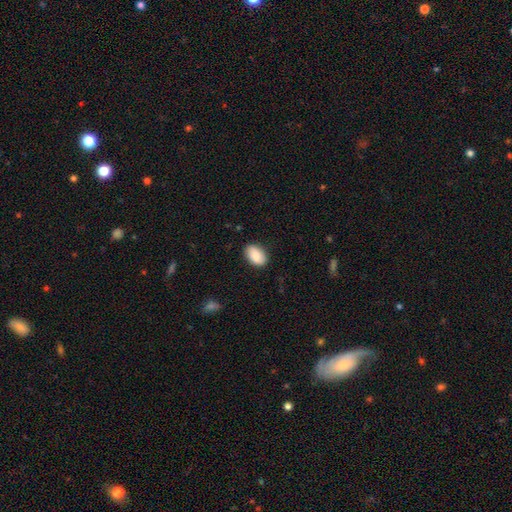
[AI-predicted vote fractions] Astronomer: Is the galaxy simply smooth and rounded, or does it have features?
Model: smooth — 87%.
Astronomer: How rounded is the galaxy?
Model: in between — 91%.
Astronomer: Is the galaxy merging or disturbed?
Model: none — 85%.